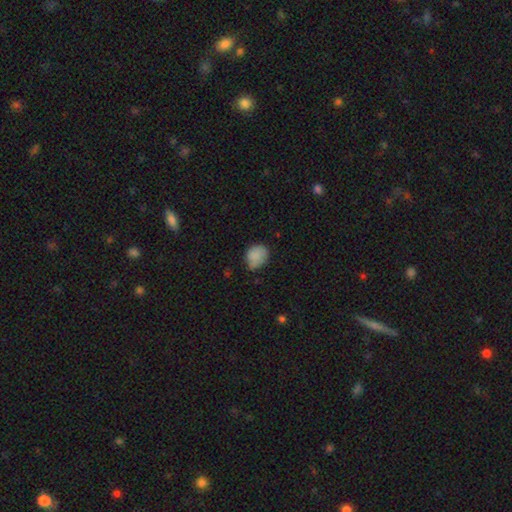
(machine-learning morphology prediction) type=smooth (84%); roundness=round (58%); merging=none (59%).